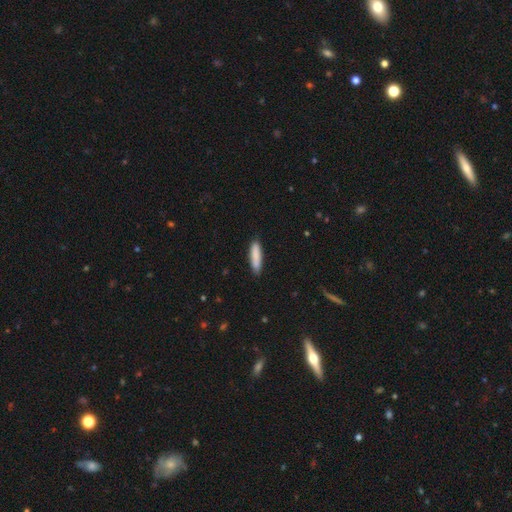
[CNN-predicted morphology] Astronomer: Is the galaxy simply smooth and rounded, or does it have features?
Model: smooth — 85%.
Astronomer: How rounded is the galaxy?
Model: cigar-shaped — 75%.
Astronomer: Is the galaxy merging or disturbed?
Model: none — 84%.